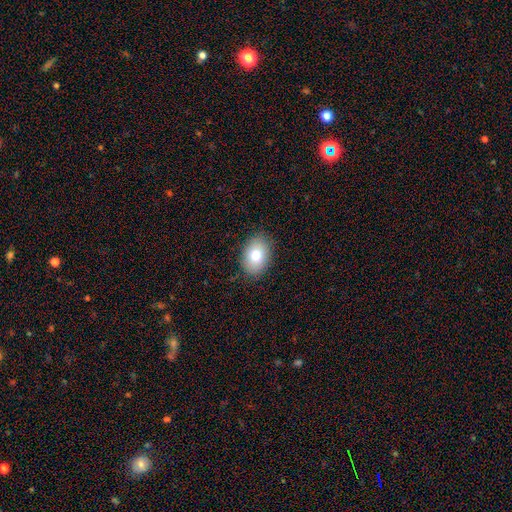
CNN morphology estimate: The model was most divided on "smooth or featured": smooth: 75%, featured or disk: 16%, star or artifact: 9%. More confident: merging — none (87%); how rounded — in between (79%).